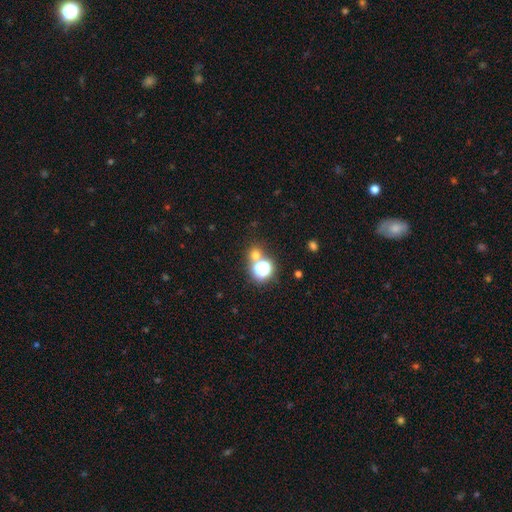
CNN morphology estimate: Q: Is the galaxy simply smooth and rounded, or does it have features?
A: smooth — 59%.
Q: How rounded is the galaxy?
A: round — 86%.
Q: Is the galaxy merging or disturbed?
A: none — 65%.